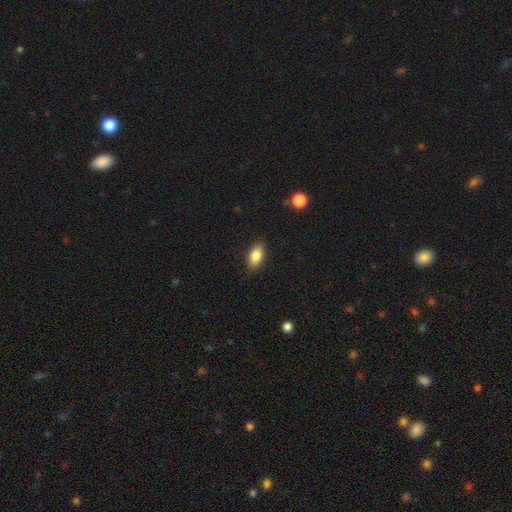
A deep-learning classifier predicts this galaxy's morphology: Smooth or featured?
  - smooth: 84% *
  - featured or disk: 9%
  - star or artifact: 8%
How rounded?
  - in between: 90% *
  - round: 6%
  - cigar-shaped: 5%
Merging?
  - none: 86% *
  - minor disturbance: 10%
  - major disturbance: 2%
  - merger: 1%